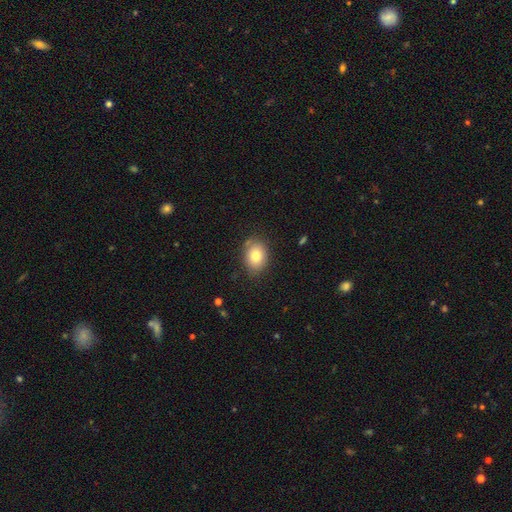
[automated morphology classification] Smooth or featured? smooth (80%)
How rounded? in between (67%)
Merging? none (82%)